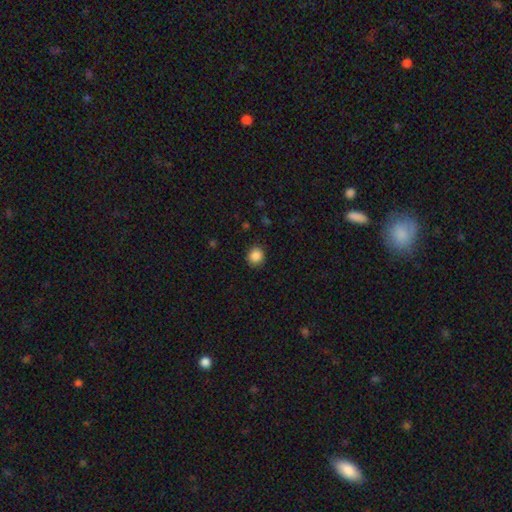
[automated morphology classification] Smooth or featured? smooth (87%)
How rounded? round (86%)
Merging? none (88%)